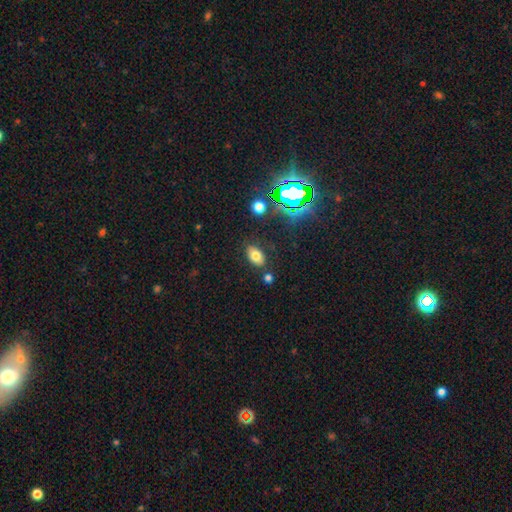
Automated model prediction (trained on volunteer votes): The model was most divided on "smooth or featured": smooth: 72%, star or artifact: 17%, featured or disk: 11%. More confident: how rounded — in between (89%); merging — none (82%).